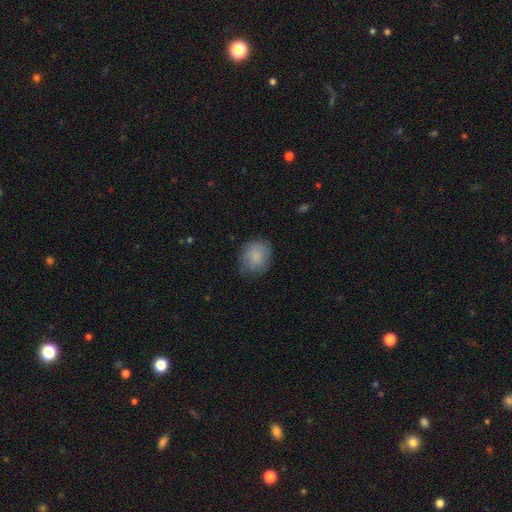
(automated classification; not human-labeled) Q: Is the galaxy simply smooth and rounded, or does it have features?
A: smooth — 78%.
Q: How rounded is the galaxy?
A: round — 62%.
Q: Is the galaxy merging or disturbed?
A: none — 72%.